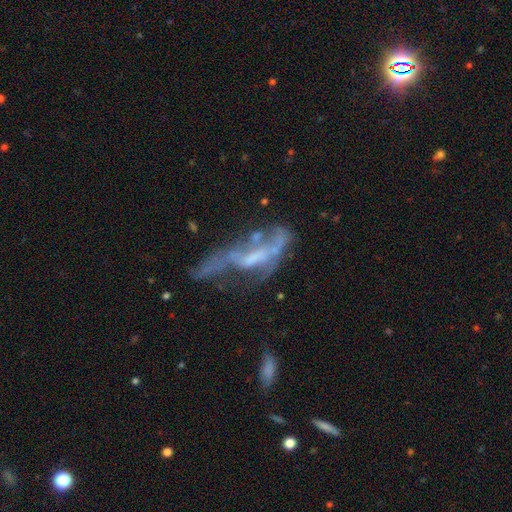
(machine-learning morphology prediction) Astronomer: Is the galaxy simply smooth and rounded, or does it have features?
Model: featured or disk — 68%.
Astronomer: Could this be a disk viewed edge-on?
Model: no — 82%.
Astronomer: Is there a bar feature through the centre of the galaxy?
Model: no — 62%.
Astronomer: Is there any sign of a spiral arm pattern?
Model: no — 69%.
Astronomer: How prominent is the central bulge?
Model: none — 43% (runner-up: small, 26%).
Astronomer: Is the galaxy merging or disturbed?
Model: major disturbance — 43% (runner-up: none, 21%).